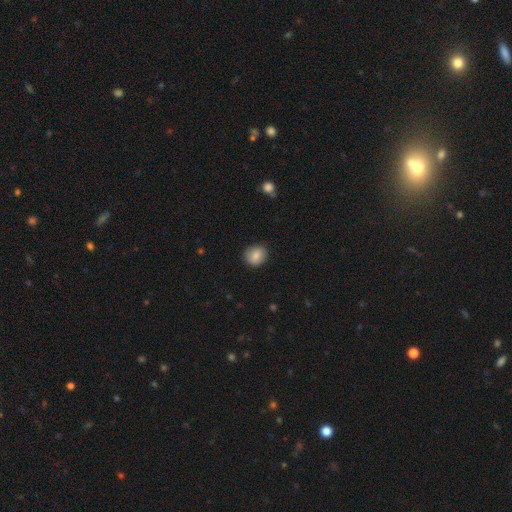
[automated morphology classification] A smooth galaxy with no disk features (85%) that is round (76%).

Vote fractions:
- Smooth or featured? smooth: 85% / star or artifact: 8% / featured or disk: 7%
- How rounded? round: 76% / in between: 23% / cigar-shaped: 1%
- Merging? none: 88% / minor disturbance: 9% / major disturbance: 2% / merger: 1%